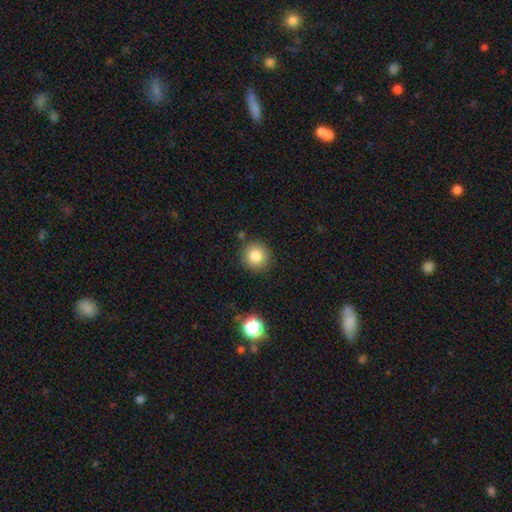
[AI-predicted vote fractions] Smooth or featured? Predicted: smooth (p=0.82). How rounded? Predicted: round (p=0.93). Merging? Predicted: none (p=0.86).